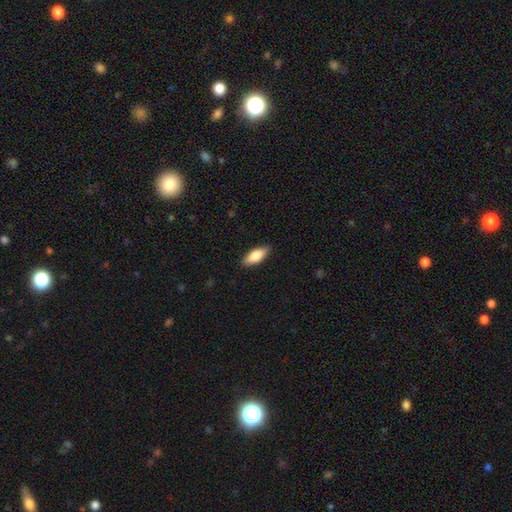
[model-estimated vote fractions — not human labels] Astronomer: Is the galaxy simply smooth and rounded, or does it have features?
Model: smooth — 76%.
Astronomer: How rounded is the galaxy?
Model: in between — 72%.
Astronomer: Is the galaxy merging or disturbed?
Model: none — 88%.